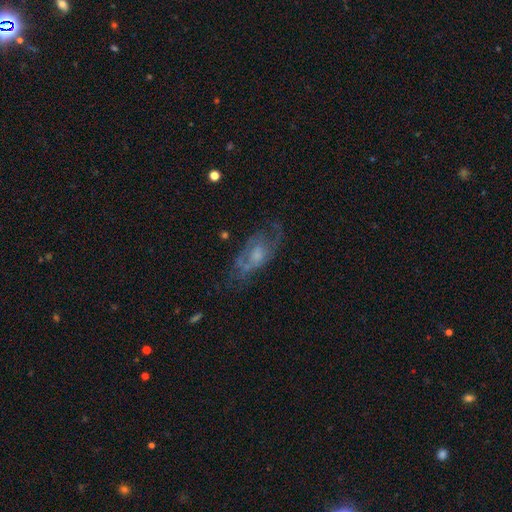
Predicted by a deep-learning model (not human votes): This appears to be a featured or disk galaxy (66%) with no bar (72%), spiral arms (61%) and a moderate central bulge (39%). Merging: none (53%).